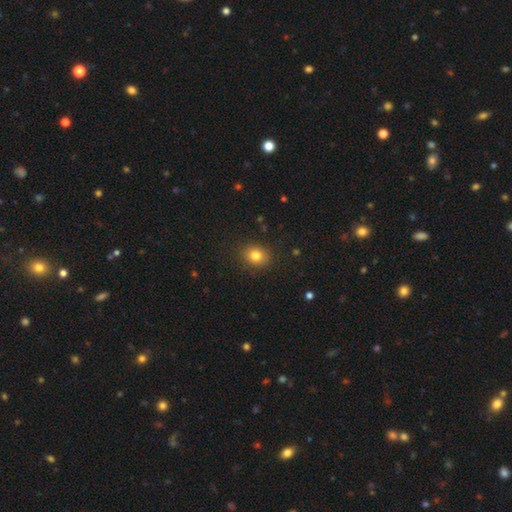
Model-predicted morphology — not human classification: smooth_or_featured: smooth (p=0.81) [alt: star or artifact p=0.12]
how_rounded: round (p=0.66) [alt: in between p=0.34]
merging: none (p=0.87) [alt: minor disturbance p=0.09]